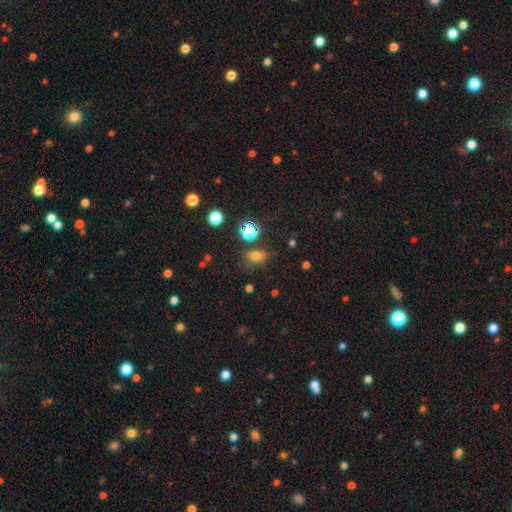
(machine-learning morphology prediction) A smooth galaxy with no disk features (68%) that is in between round and cigar-shaped (66%).

Vote fractions:
- Smooth or featured? smooth: 68% / star or artifact: 24% / featured or disk: 9%
- How rounded? in between: 66% / round: 31% / cigar-shaped: 3%
- Merging? none: 69% / minor disturbance: 19% / major disturbance: 7% / merger: 5%